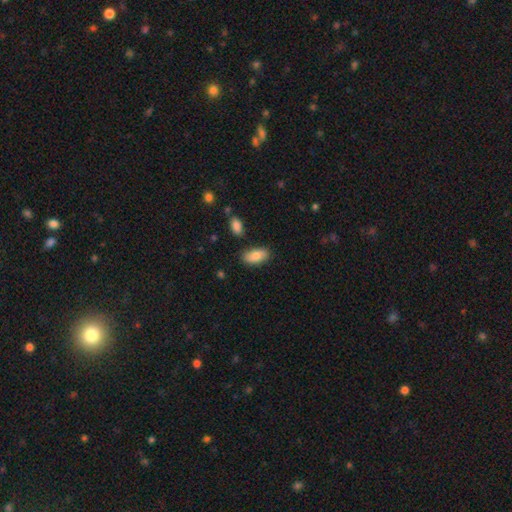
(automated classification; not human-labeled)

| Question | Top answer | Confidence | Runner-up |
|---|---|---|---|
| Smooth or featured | smooth | 83% | featured or disk (10%) |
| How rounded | in between | 91% | cigar-shaped (6%) |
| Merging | none | 83% | minor disturbance (12%) |